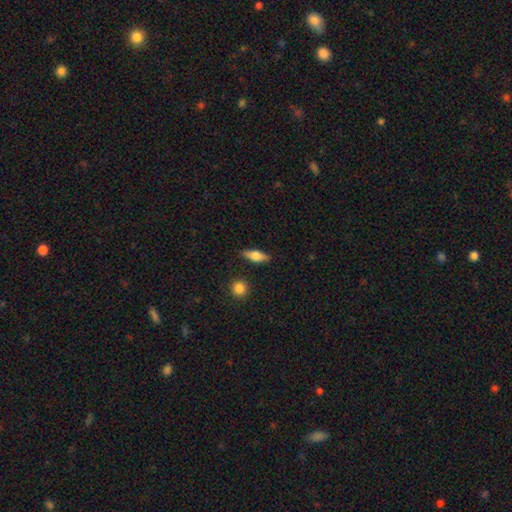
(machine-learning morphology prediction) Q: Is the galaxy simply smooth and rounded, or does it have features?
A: smooth — 64%.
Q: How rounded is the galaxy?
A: in between — 63%.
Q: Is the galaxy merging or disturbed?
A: none — 83%.